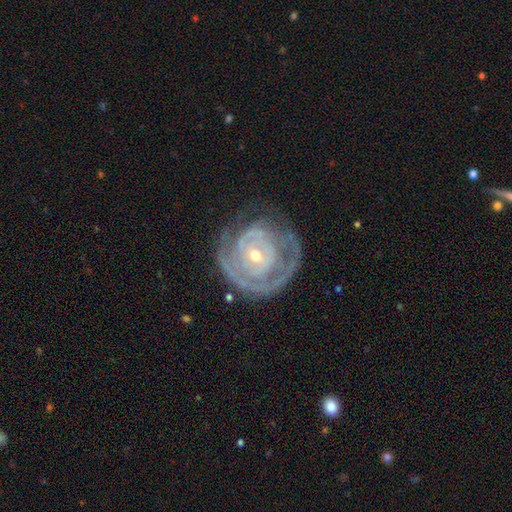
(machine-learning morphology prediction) Smooth or featured? Predicted: featured or disk (p=0.81). Edge-on disk? Predicted: no (p=0.97). Bar? Predicted: no (p=0.74). Spiral arms? Predicted: yes (p=0.79). Spiral winding? Predicted: tight (p=0.76). Spiral arm count? Predicted: can't tell (p=0.40). Bulge size? Predicted: small (p=0.55). Merging? Predicted: none (p=0.60).